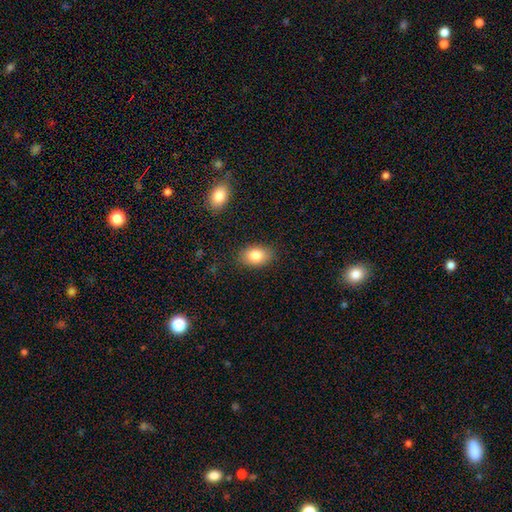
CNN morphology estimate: Overall: smooth (83%). How rounded: in between (83%). Merging: none (85%).